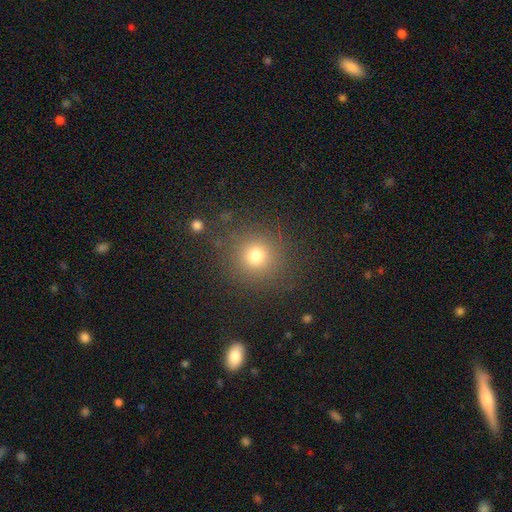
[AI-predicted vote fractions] smooth-or-featured: smooth: 75% | star or artifact: 17% | featured or disk: 8%
  how-rounded: round: 91% | in between: 8% | cigar-shaped: 1%
  merging: none: 87% | minor disturbance: 8% | major disturbance: 4% | merger: 2%